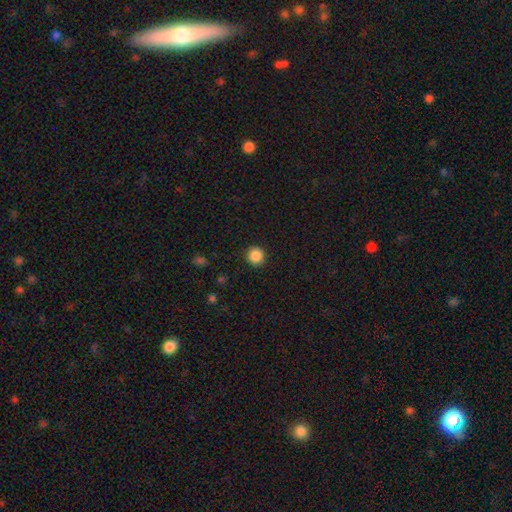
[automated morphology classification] Q: Smooth or featured?
A: smooth (87%); runner-up: star or artifact (10%)
Q: How rounded?
A: round (94%); runner-up: in between (5%)
Q: Merging?
A: none (92%); runner-up: minor disturbance (5%)